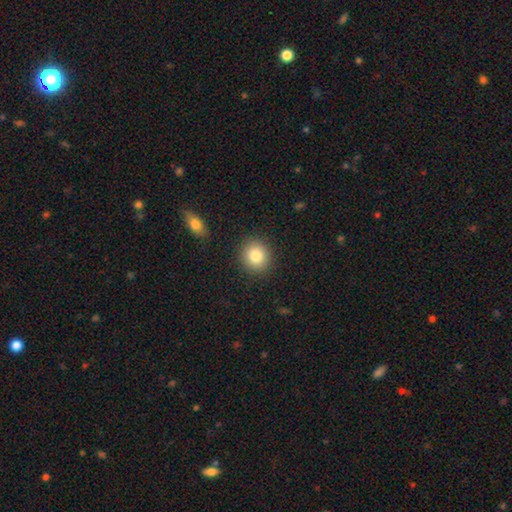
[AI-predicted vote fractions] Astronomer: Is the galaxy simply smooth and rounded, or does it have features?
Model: smooth — 83%.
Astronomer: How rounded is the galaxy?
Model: round — 84%.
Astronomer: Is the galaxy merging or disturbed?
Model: none — 90%.